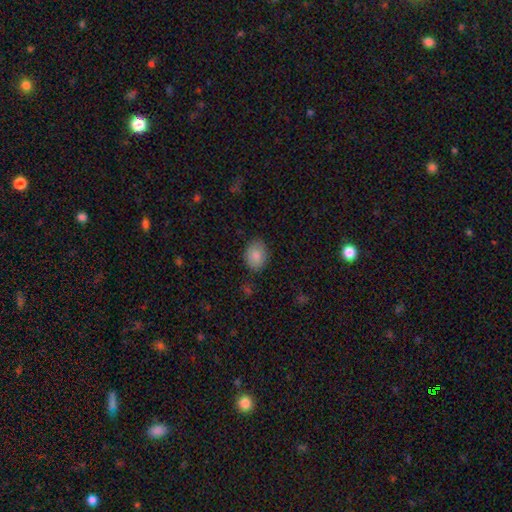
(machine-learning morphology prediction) Smooth or featured: smooth — 86% (star or artifact — 8%)
How rounded: in between — 65% (round — 34%)
Merging: none — 81% (minor disturbance — 14%)